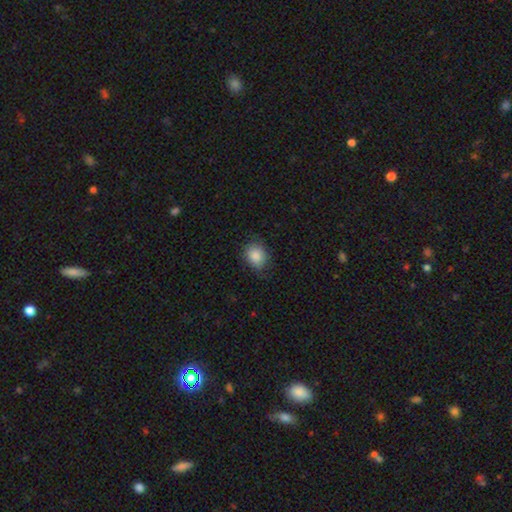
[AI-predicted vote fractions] A smooth galaxy with no disk features (86%) that is round (51%). Merging: none (74%).